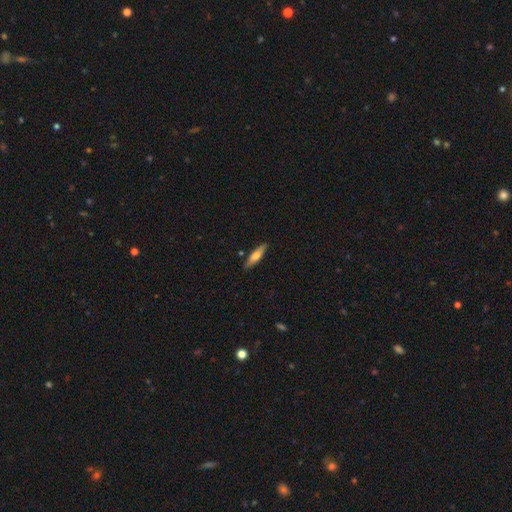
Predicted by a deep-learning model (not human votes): smooth_or_featured: smooth (p=0.56) [alt: featured or disk p=0.38]
how_rounded: cigar-shaped (p=0.75) [alt: in between p=0.23]
merging: none (p=0.88) [alt: minor disturbance p=0.09]